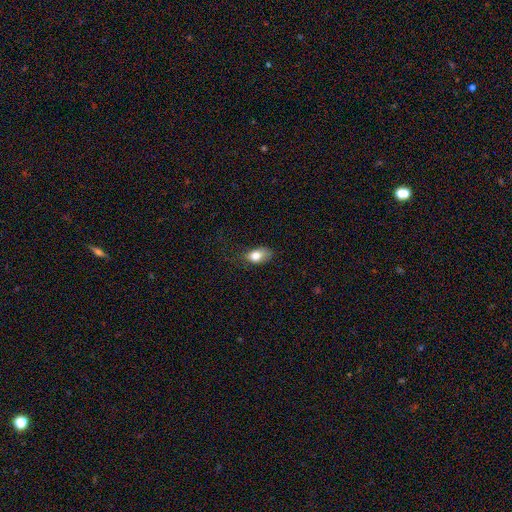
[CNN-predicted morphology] smooth-or-featured: smooth: 79% | featured or disk: 12% | star or artifact: 8%
  how-rounded: in between: 86% | round: 12% | cigar-shaped: 3%
  merging: none: 51% | minor disturbance: 33% | major disturbance: 14% | merger: 2%